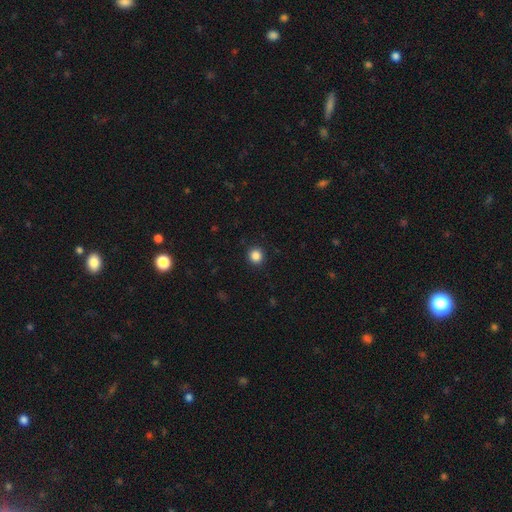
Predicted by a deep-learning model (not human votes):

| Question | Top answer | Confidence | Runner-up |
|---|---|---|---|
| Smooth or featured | smooth | 86% | star or artifact (11%) |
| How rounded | round | 93% | in between (6%) |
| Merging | none | 92% | minor disturbance (5%) |